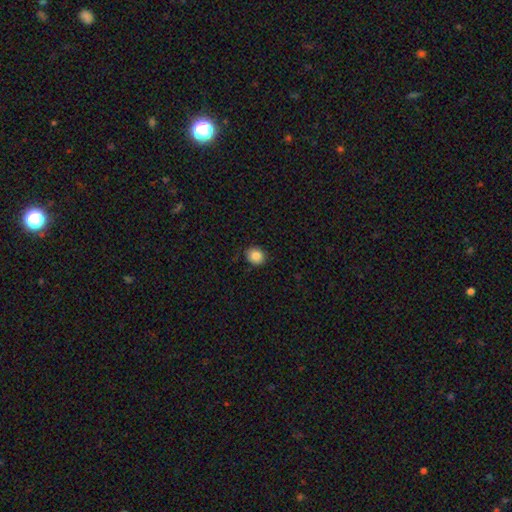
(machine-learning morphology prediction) type=smooth (87%); roundness=round (72%); merging=none (87%).